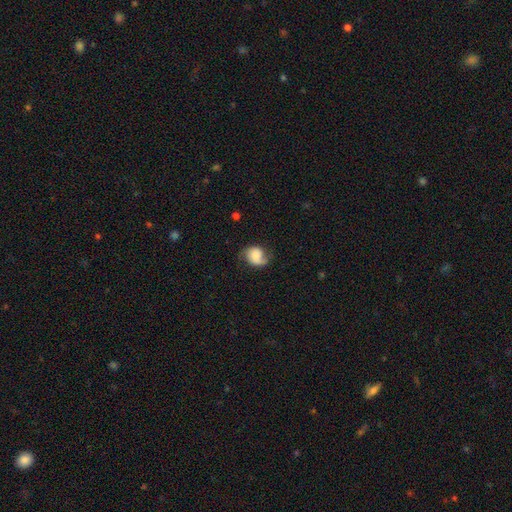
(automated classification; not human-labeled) A featured or disk galaxy (49%).

Vote fractions:
- Smooth or featured? featured or disk: 49% / smooth: 42% / star or artifact: 9%
- Merging? none: 55% / minor disturbance: 28% / major disturbance: 15% / merger: 2%